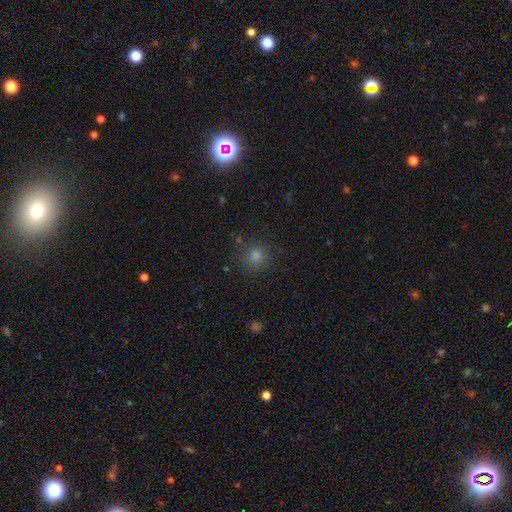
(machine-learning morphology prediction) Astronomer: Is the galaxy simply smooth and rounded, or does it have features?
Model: smooth — 70%.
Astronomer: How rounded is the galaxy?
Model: round — 94%.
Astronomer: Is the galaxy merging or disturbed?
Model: none — 87%.